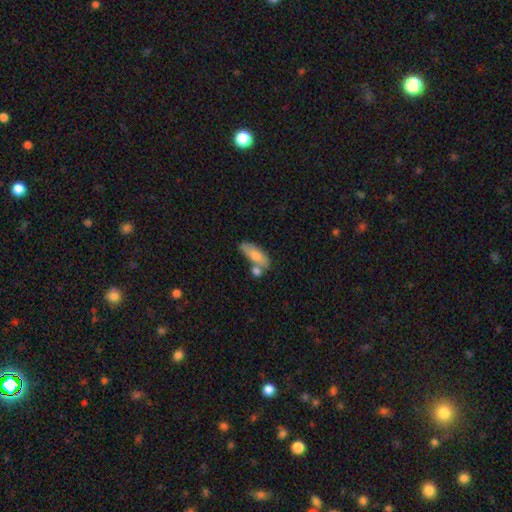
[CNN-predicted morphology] smooth_or_featured: smooth (p=0.74) [alt: featured or disk p=0.20]
how_rounded: in between (p=0.76) [alt: cigar-shaped p=0.21]
merging: none (p=0.46) [alt: merger p=0.32]